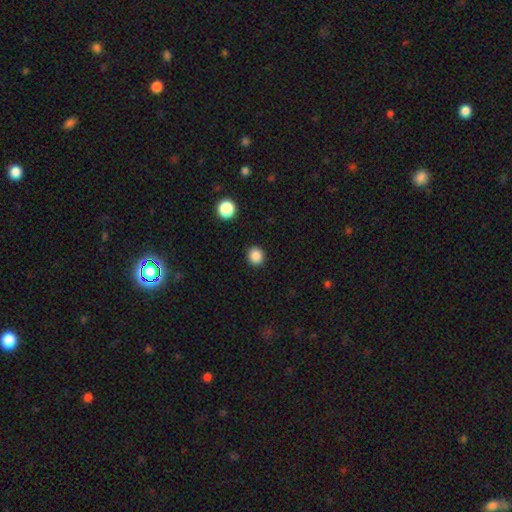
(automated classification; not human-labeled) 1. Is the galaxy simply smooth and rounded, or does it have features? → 86% smooth, 11% star or artifact, 3% featured or disk.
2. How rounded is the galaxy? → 87% round, 12% in between, 1% cigar-shaped.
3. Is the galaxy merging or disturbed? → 91% none, 5% minor disturbance, 2% major disturbance, 1% merger.